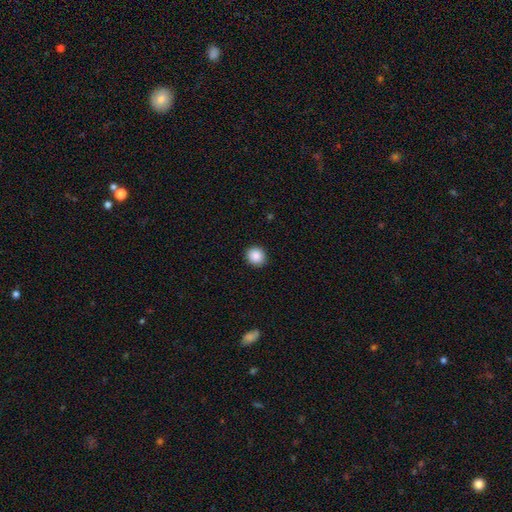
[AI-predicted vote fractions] smooth_or_featured: smooth (p=0.87) [alt: star or artifact p=0.09]
how_rounded: round (p=0.87) [alt: in between p=0.12]
merging: none (p=0.92) [alt: minor disturbance p=0.05]